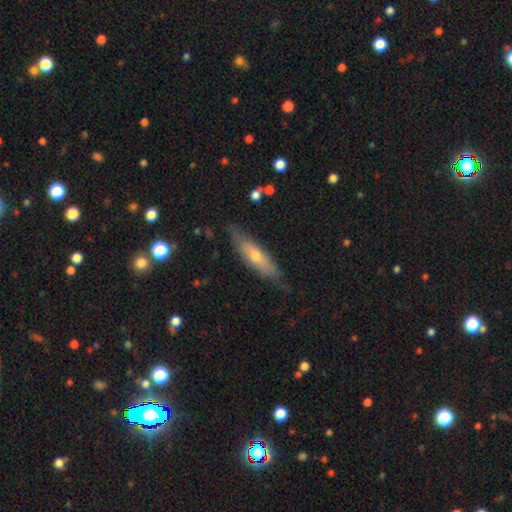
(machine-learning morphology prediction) Smooth or featured? smooth (52%)
How rounded? cigar-shaped (62%)
Merging? none (74%)